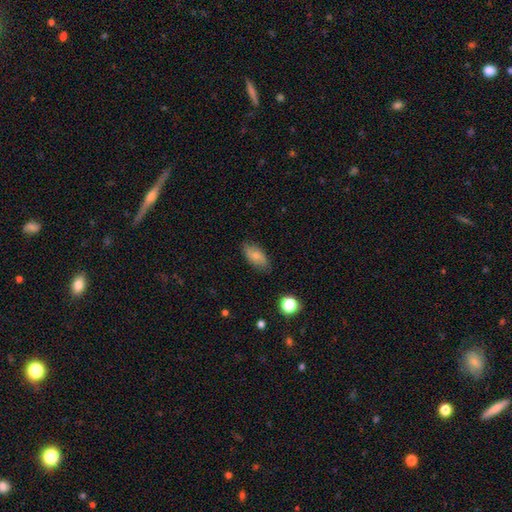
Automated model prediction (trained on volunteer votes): Smooth or featured: smooth — 71% (featured or disk — 21%)
How rounded: in between — 91% (cigar-shaped — 5%)
Merging: none — 79% (minor disturbance — 17%)